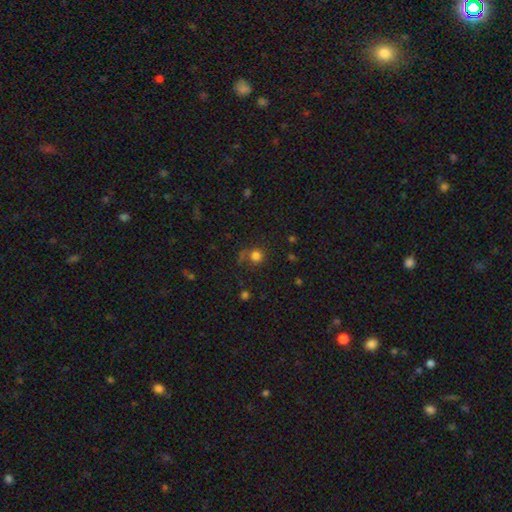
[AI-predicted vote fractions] Smooth or featured? Predicted: smooth (p=0.78). How rounded? Predicted: round (p=0.89). Merging? Predicted: none (p=0.66).